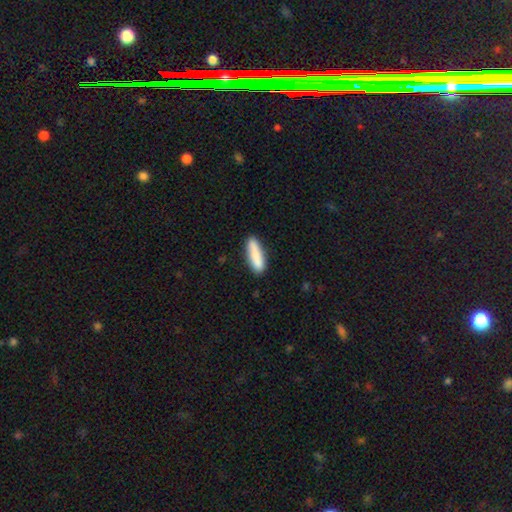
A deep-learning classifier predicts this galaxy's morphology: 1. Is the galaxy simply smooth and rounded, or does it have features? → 84% smooth, 10% featured or disk, 6% star or artifact.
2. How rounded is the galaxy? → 67% cigar-shaped, 31% in between, 2% round.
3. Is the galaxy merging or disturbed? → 82% none, 13% minor disturbance, 3% merger, 3% major disturbance.